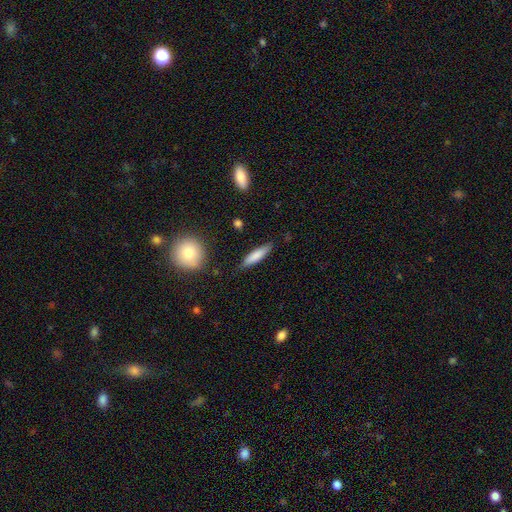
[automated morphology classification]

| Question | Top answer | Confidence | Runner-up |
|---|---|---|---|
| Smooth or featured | smooth | 76% | featured or disk (18%) |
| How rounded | cigar-shaped | 74% | in between (24%) |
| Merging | none | 82% | minor disturbance (13%) |